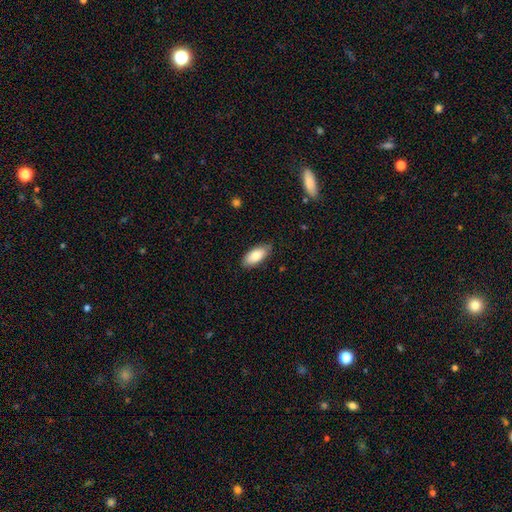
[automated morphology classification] type=smooth (83%); roundness=in between (90%); merging=none (82%).